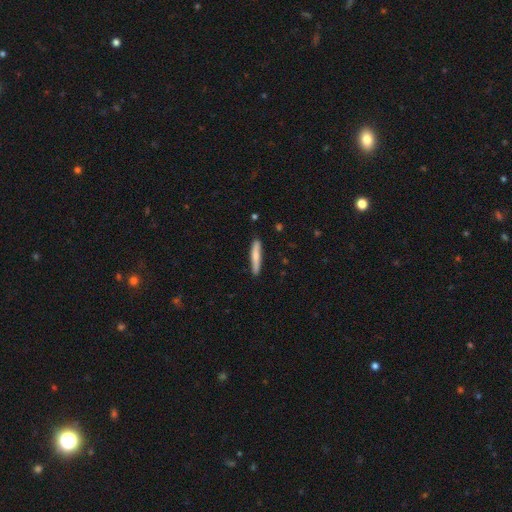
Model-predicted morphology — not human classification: smooth 70%, featured or disk 25%, star or artifact 5%. Down the decision tree: how rounded — cigar-shaped (92%); merging — none (87%).